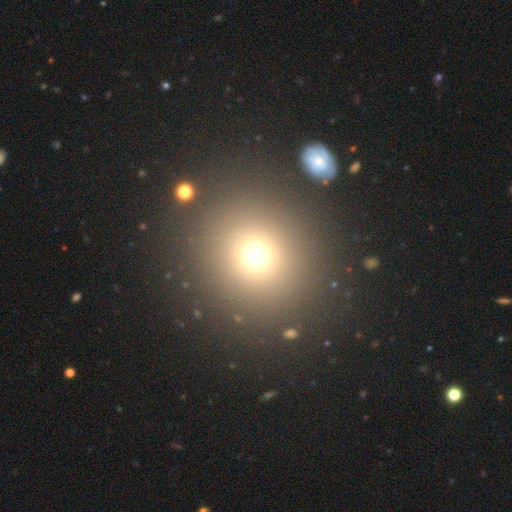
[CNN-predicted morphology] This appears to be a smooth galaxy with no disk features (70%) that is round (90%). Merging: none (83%).